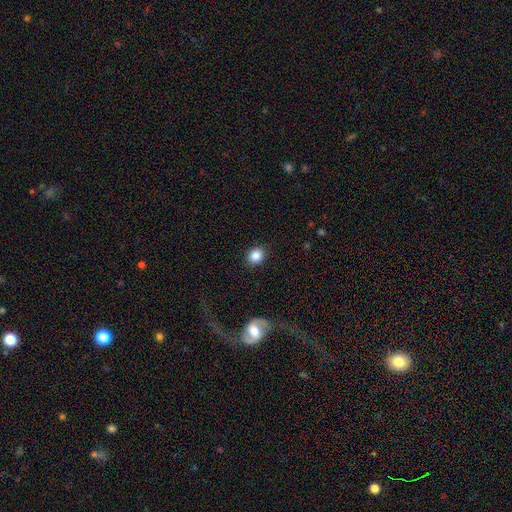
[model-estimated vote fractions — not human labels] smooth 86%, star or artifact 9%, featured or disk 5%. Down the decision tree: how rounded — round (69%); merging — none (89%).